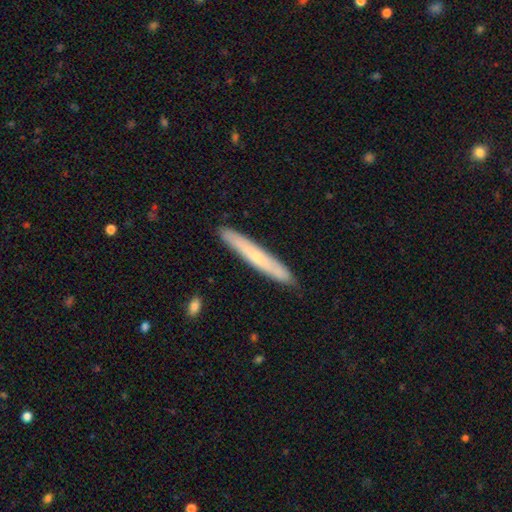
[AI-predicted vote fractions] Smooth or featured?
  - smooth: 54% *
  - featured or disk: 40%
  - star or artifact: 6%
How rounded?
  - cigar-shaped: 95% *
  - in between: 3%
  - round: 1%
Merging?
  - none: 89% *
  - minor disturbance: 8%
  - major disturbance: 1%
  - merger: 1%